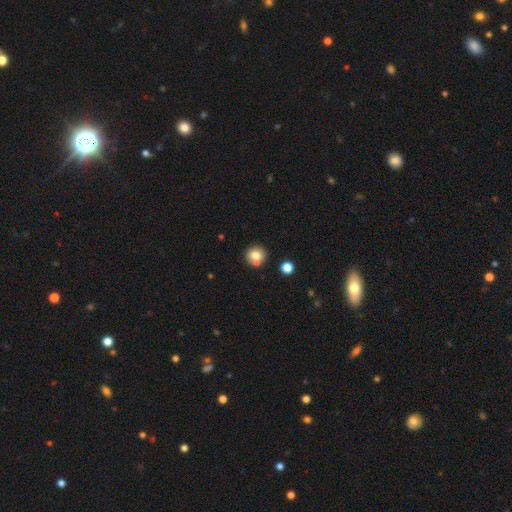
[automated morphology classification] smooth-or-featured: smooth: 76% | featured or disk: 13% | star or artifact: 11%
  how-rounded: round: 91% | in between: 8% | cigar-shaped: 1%
  merging: none: 71% | merger: 17% | minor disturbance: 9% | major disturbance: 3%